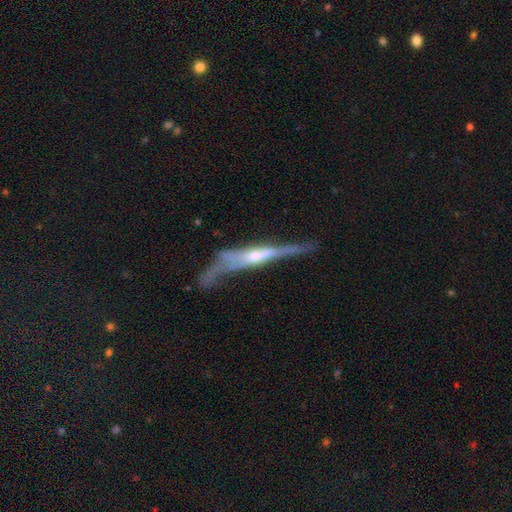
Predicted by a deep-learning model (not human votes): smooth-or-featured: featured or disk: 72% | smooth: 22% | star or artifact: 6%
  disk-edge-on: yes: 85% | no: 15%
    edge-on-bulge: rounded: 61% | boxy: 20% | none: 19%
  merging: none: 35% | major disturbance: 31% | minor disturbance: 27% | merger: 8%